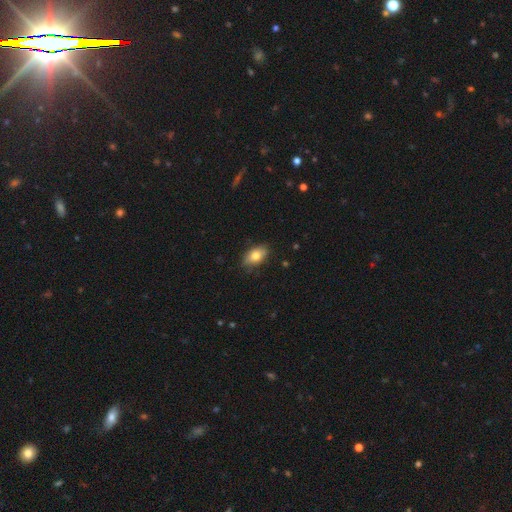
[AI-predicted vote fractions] This appears to be a smooth galaxy with no disk features (77%) that is in between round and cigar-shaped (89%). Merging: none (82%).